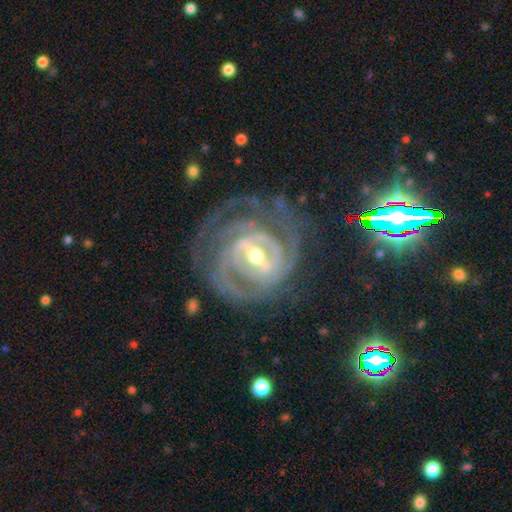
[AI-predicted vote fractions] This is clearly a featured or disk galaxy (89%). It is clearly not viewed edge-on (97%). Bar: possibly strong (52%). Spiral arm pattern: clearly yes (97%). Spiral arm count: marginally 3 (26%). Spiral winding: likely tight (71%). Central bulge: possibly moderate (57%). Merging: likely none (69%).